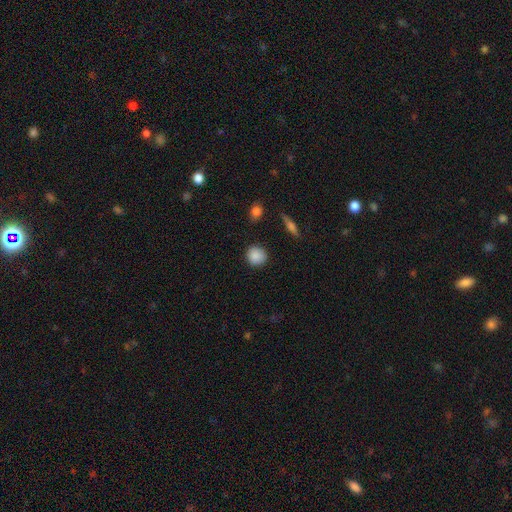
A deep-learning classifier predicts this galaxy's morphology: Q: Smooth or featured?
A: smooth (88%); runner-up: star or artifact (8%)
Q: How rounded?
A: round (90%); runner-up: in between (9%)
Q: Merging?
A: none (88%); runner-up: minor disturbance (8%)